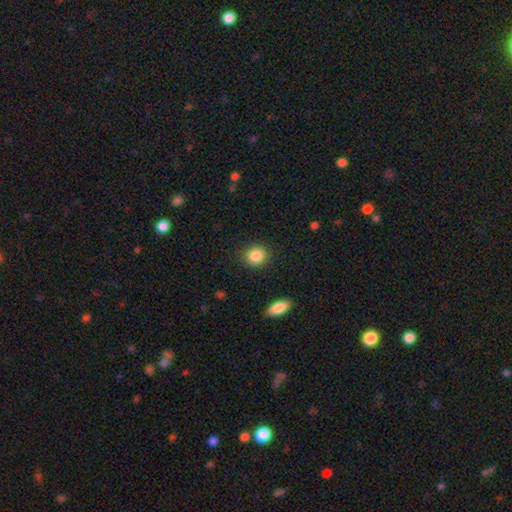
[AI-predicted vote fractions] The model was most divided on "how rounded": round: 76%, in between: 23%, cigar-shaped: 1%. More confident: merging — none (88%); smooth or featured — smooth (87%).